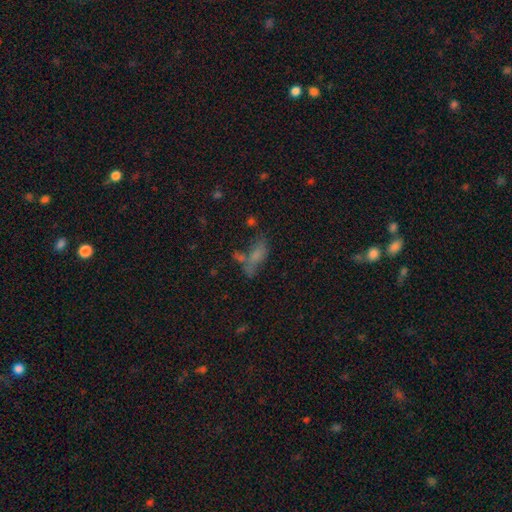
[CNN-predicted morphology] smooth_or_featured: smooth (p=0.59) [alt: featured or disk p=0.22]
how_rounded: in between (p=0.65) [alt: cigar-shaped p=0.29]
merging: none (p=0.39) [alt: merger p=0.25]